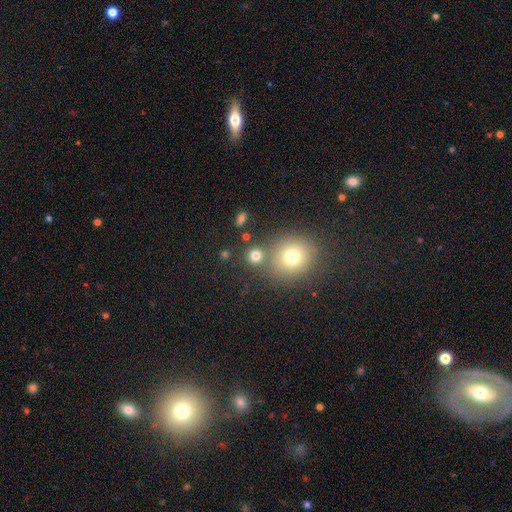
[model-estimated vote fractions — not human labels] Smooth or featured? Predicted: smooth (p=0.76). How rounded? Predicted: round (p=0.88). Merging? Predicted: none (p=0.71).